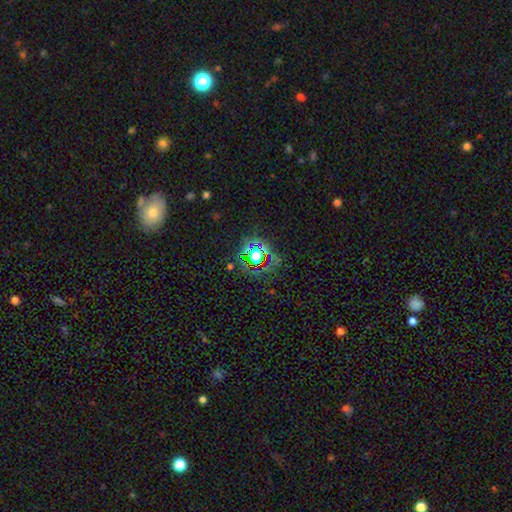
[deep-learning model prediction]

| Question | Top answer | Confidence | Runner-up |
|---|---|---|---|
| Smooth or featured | star or artifact | 66% | smooth (22%) |